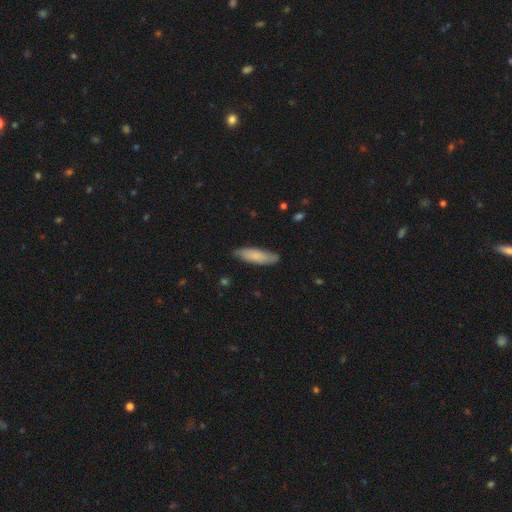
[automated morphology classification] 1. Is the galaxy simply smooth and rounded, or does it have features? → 80% smooth, 15% featured or disk, 6% star or artifact.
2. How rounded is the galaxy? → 61% cigar-shaped, 37% in between, 1% round.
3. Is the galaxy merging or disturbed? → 81% none, 16% minor disturbance, 2% major disturbance, 1% merger.